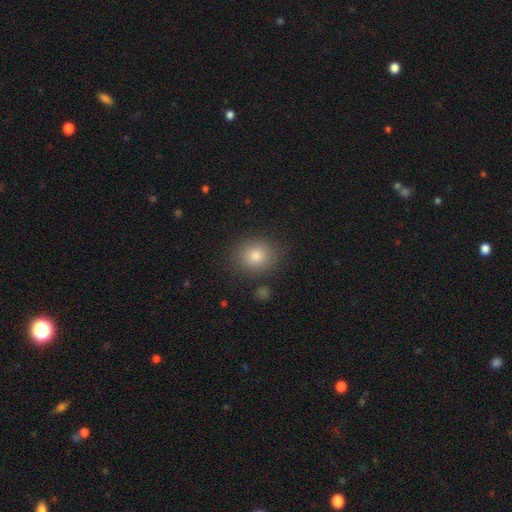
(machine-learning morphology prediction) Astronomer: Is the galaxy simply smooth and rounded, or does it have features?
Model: smooth — 81%.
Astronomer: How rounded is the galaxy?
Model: round — 65%.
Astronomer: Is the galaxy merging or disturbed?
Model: none — 85%.